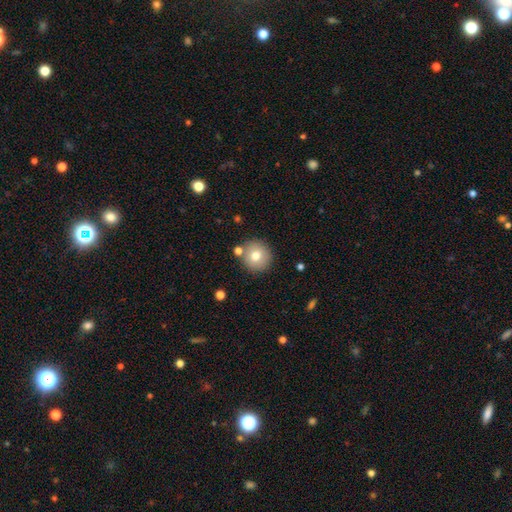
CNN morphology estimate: Smooth or featured? Predicted: smooth (p=0.76). How rounded? Predicted: round (p=0.93). Merging? Predicted: none (p=0.81).